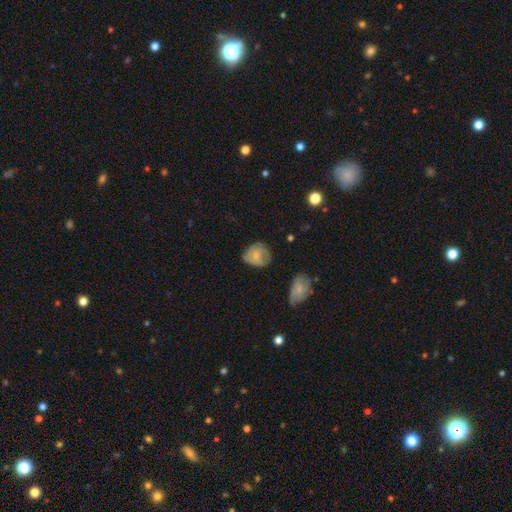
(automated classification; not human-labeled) Smooth or featured? Predicted: smooth (p=0.55). How rounded? Predicted: round (p=0.63). Merging? Predicted: none (p=0.57).